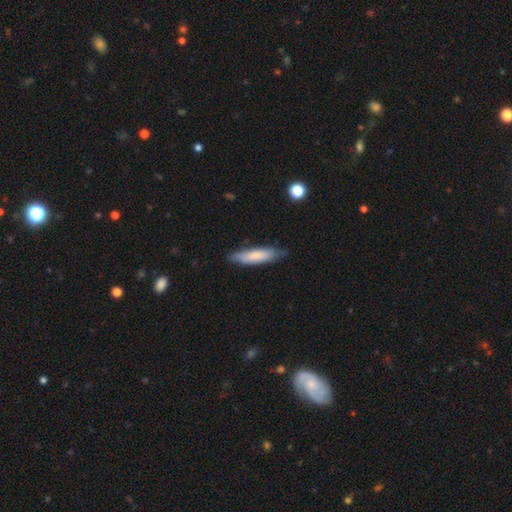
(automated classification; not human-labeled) smooth-or-featured: smooth: 76% | featured or disk: 18% | star or artifact: 6%
  how-rounded: cigar-shaped: 71% | in between: 28% | round: 1%
  merging: none: 78% | minor disturbance: 18% | major disturbance: 3% | merger: 1%